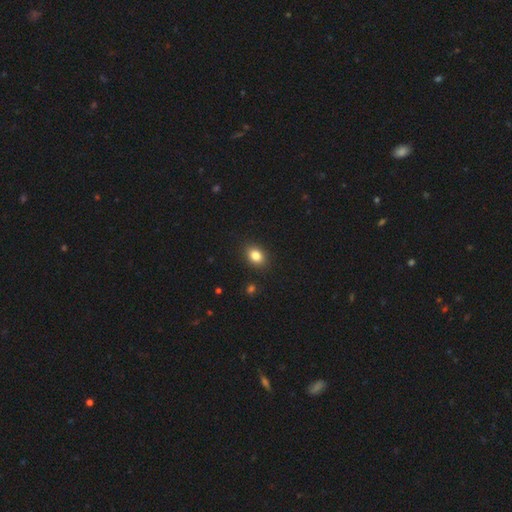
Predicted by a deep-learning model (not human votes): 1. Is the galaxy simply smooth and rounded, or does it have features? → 83% smooth, 10% star or artifact, 7% featured or disk.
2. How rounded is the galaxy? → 67% in between, 31% round, 1% cigar-shaped.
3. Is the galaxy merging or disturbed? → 89% none, 8% minor disturbance, 2% major disturbance, 1% merger.